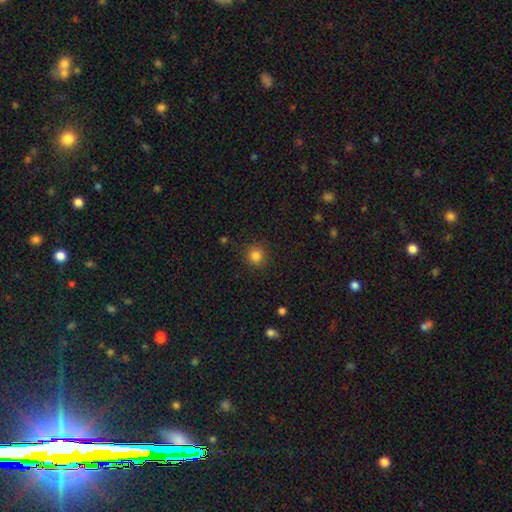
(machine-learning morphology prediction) Smooth or featured? Predicted: smooth (p=0.83). How rounded? Predicted: round (p=0.93). Merging? Predicted: none (p=0.88).